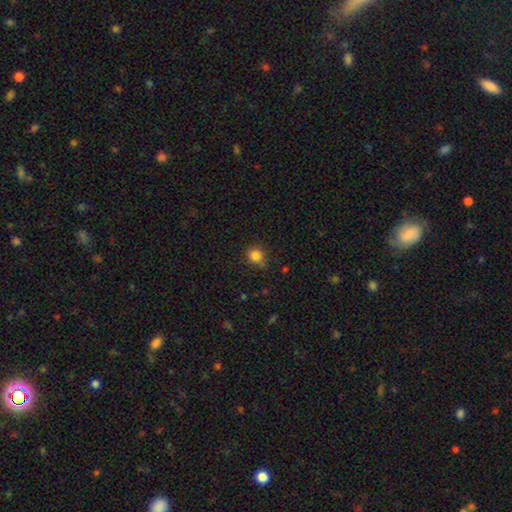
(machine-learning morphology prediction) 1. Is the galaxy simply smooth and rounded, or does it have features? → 83% smooth, 12% star or artifact, 4% featured or disk.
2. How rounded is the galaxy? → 87% round, 12% in between, 1% cigar-shaped.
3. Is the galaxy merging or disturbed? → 81% none, 14% minor disturbance, 3% major disturbance, 2% merger.